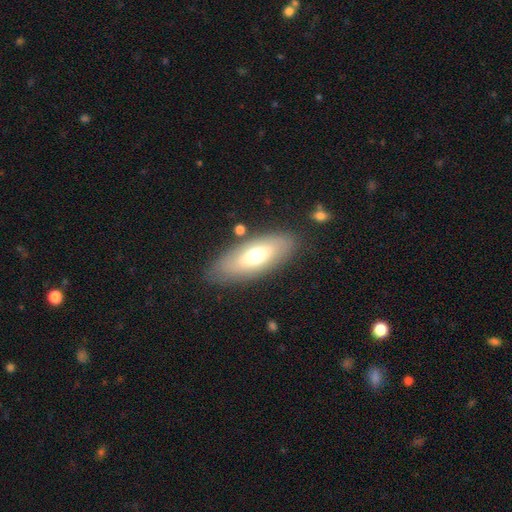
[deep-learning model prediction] Smooth or featured? Predicted: smooth (p=0.61). How rounded? Predicted: in between (p=0.77). Merging? Predicted: none (p=0.81).